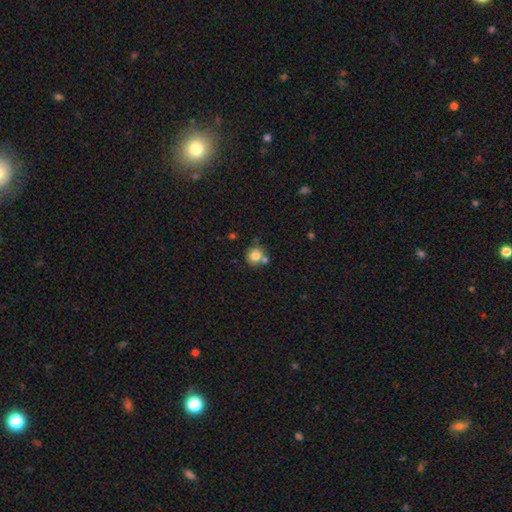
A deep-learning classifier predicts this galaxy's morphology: A smooth galaxy with no disk features (78%) that is round (84%). Merging: none (60%).